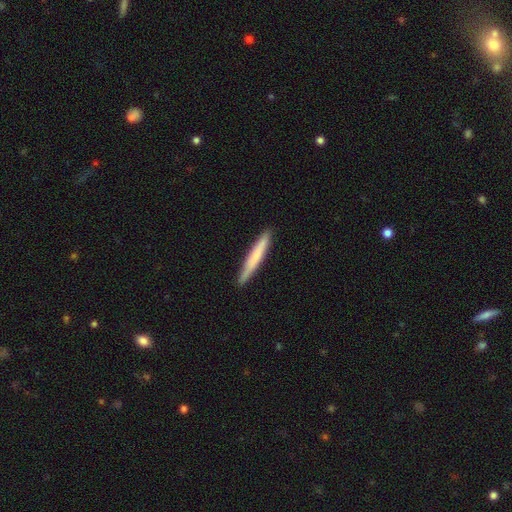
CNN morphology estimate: type=smooth (67%); roundness=cigar-shaped (96%); merging=none (90%).